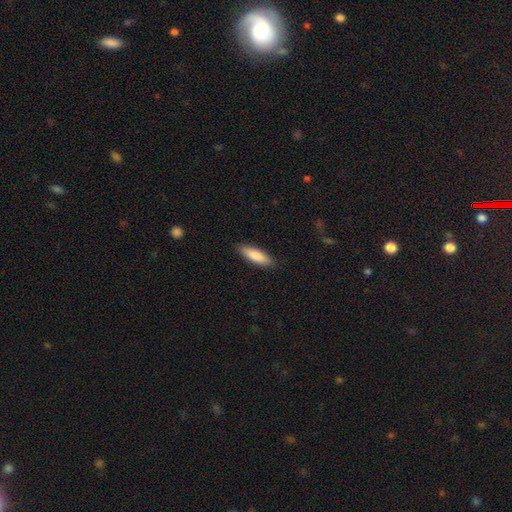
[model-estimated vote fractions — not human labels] A smooth galaxy with no disk features (85%) that is cigar-shaped (54%).

Vote fractions:
- Smooth or featured? smooth: 85% / featured or disk: 10% / star or artifact: 5%
- How rounded? cigar-shaped: 54% / in between: 45% / round: 1%
- Merging? none: 88% / minor disturbance: 9% / major disturbance: 2% / merger: 1%